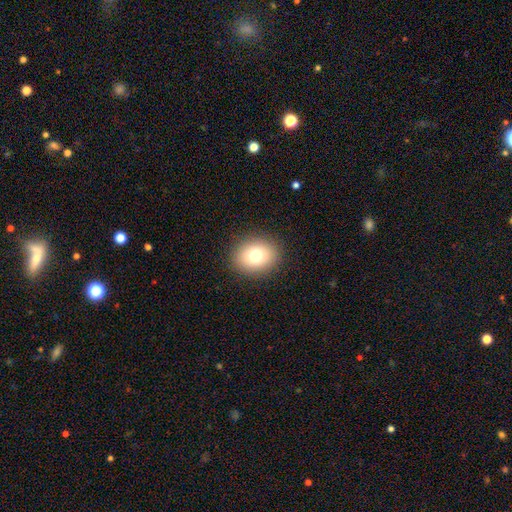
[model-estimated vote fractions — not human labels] Smooth or featured?
  - smooth: 77% *
  - featured or disk: 12%
  - star or artifact: 11%
How rounded?
  - round: 52% *
  - in between: 47%
  - cigar-shaped: 1%
Merging?
  - none: 89% *
  - minor disturbance: 7%
  - major disturbance: 3%
  - merger: 1%